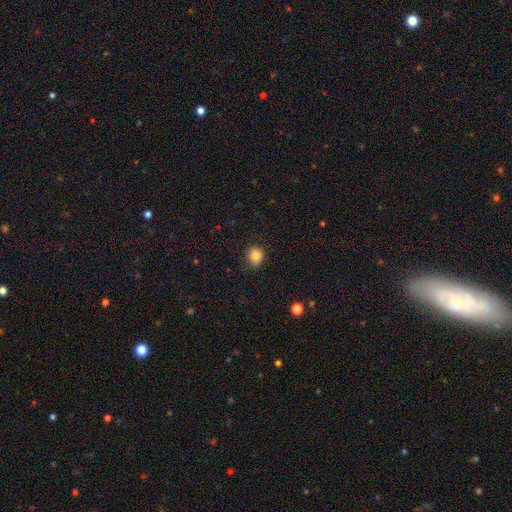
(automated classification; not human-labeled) A smooth galaxy with no disk features (85%) that is round (79%).

Vote fractions:
- Smooth or featured? smooth: 85% / star or artifact: 10% / featured or disk: 5%
- How rounded? round: 79% / in between: 20% / cigar-shaped: 1%
- Merging? none: 70% / minor disturbance: 23% / major disturbance: 6% / merger: 1%